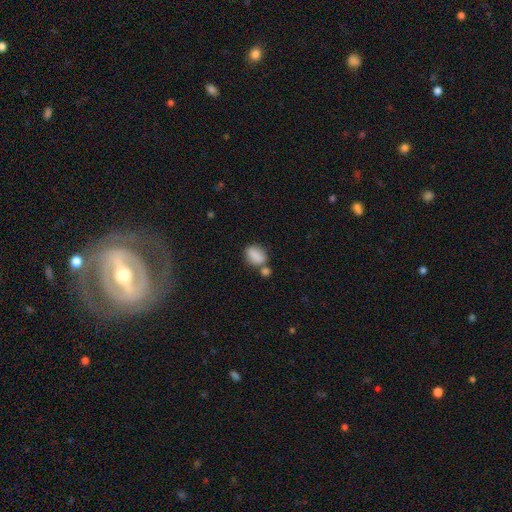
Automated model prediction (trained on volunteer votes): The model was most divided on "merging": none: 47%, merger: 32%, minor disturbance: 16%, major disturbance: 5%. More confident: smooth or featured — smooth (84%); how rounded — in between (76%).